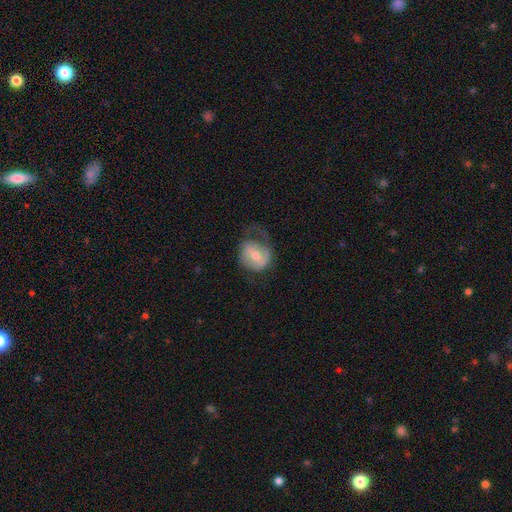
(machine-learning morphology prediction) Overall: featured or disk (59%; smooth 35%). Edge-on disk: no (96%). Bar: weak (45%; strong 28%). Spiral arms: yes (69%; no 31%). Bulge size: moderate (60%; small 32%). Merging: none (41%; major disturbance 33%).